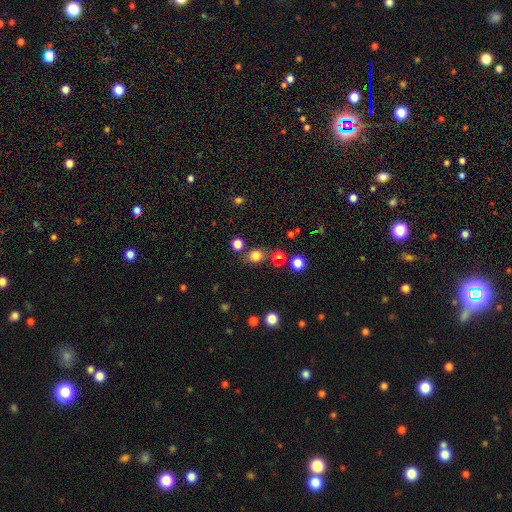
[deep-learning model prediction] A smooth galaxy with no disk features (78%) that is round (73%). Merging: none (72%).